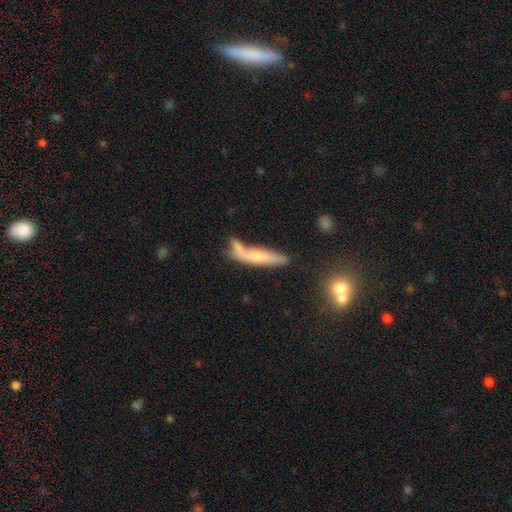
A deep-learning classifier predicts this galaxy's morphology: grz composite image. It shows a smooth galaxy with no disk features (52%) that is cigar-shaped (86%). Merging: none (45%).